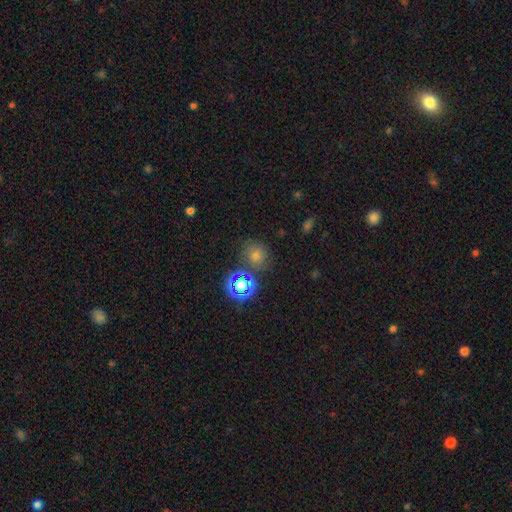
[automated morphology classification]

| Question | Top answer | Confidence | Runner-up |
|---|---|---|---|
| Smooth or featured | smooth | 53% | star or artifact (36%) |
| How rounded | round | 79% | in between (20%) |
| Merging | none | 76% | minor disturbance (11%) |